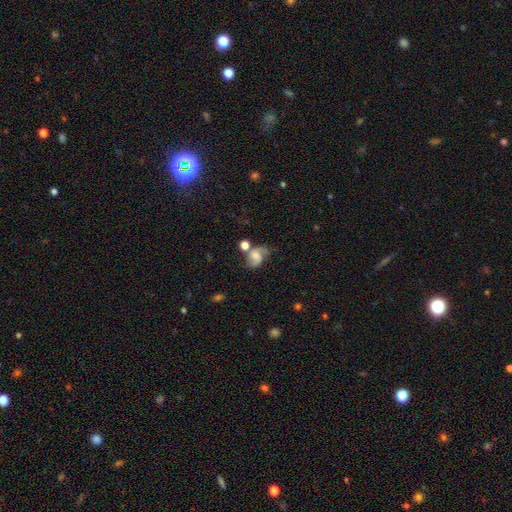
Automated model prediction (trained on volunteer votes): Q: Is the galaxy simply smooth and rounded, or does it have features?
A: featured or disk — 65%.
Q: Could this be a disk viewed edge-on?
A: no — 97%.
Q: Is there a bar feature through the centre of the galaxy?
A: no — 56%.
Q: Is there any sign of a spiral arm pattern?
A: yes — 91%.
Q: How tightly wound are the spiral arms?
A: medium — 44%.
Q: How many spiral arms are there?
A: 2 — 85%.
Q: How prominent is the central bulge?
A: moderate — 34%.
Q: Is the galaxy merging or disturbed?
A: none — 47%.